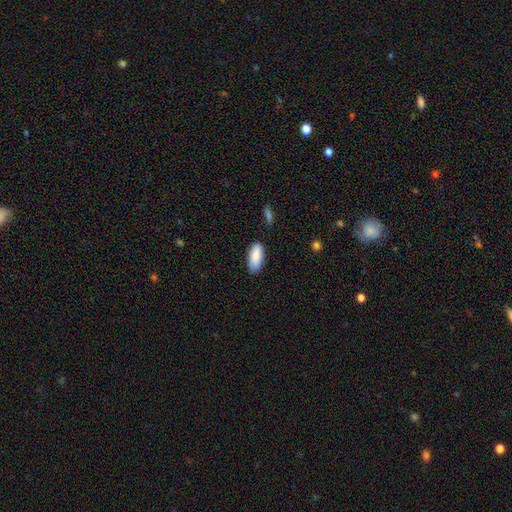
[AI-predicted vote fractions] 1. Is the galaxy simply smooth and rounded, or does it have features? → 88% smooth, 6% star or artifact, 6% featured or disk.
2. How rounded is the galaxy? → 84% in between, 14% cigar-shaped, 2% round.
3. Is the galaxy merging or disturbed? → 83% none, 13% minor disturbance, 2% major disturbance, 2% merger.